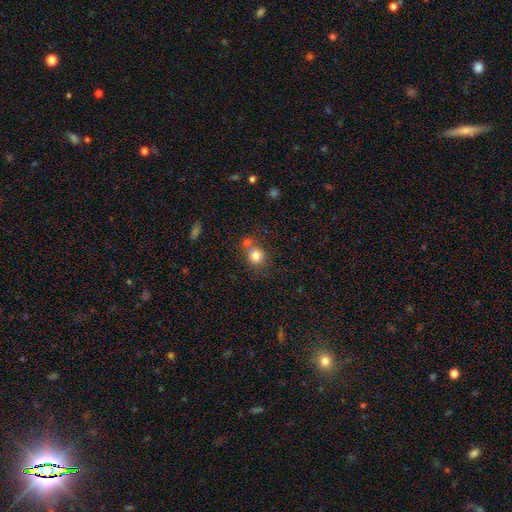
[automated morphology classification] The model was most divided on "merging": none: 52%, merger: 26%, minor disturbance: 16%, major disturbance: 7%. More confident: smooth or featured — smooth (79%); how rounded — round (78%).